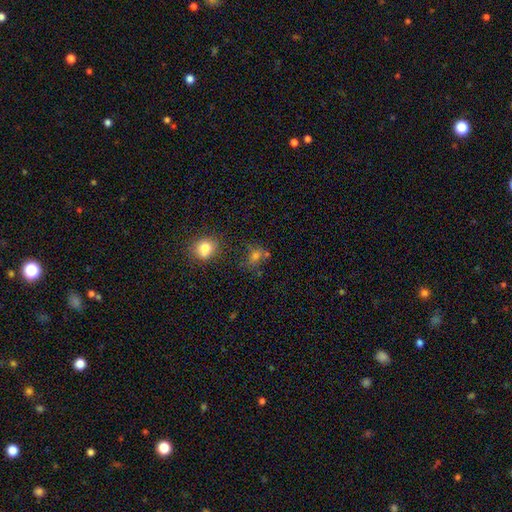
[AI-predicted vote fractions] Smooth or featured?
  - smooth: 59% *
  - star or artifact: 27%
  - featured or disk: 14%
How rounded?
  - round: 54% *
  - in between: 43%
  - cigar-shaped: 3%
Merging?
  - none: 57% *
  - merger: 17%
  - minor disturbance: 16%
  - major disturbance: 10%